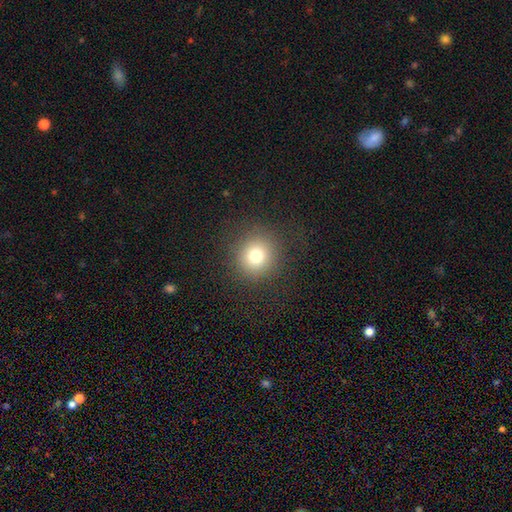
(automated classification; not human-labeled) Smooth or featured: smooth — 76% (star or artifact — 15%)
How rounded: round — 91% (in between — 8%)
Merging: none — 87% (minor disturbance — 7%)